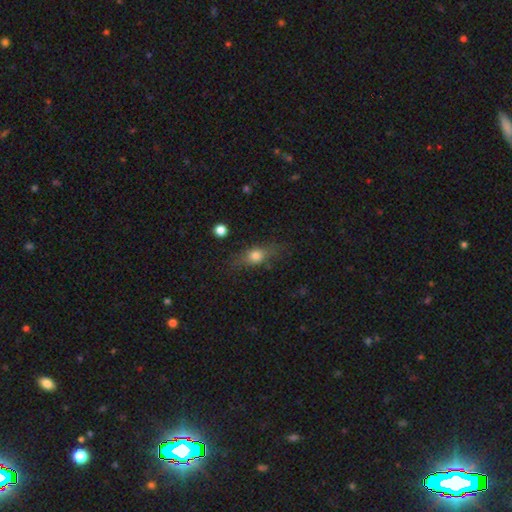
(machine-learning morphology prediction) smooth-or-featured: smooth: 68% | featured or disk: 21% | star or artifact: 11%
  how-rounded: in between: 57% | round: 23% | cigar-shaped: 20%
  merging: none: 69% | minor disturbance: 20% | major disturbance: 9% | merger: 2%